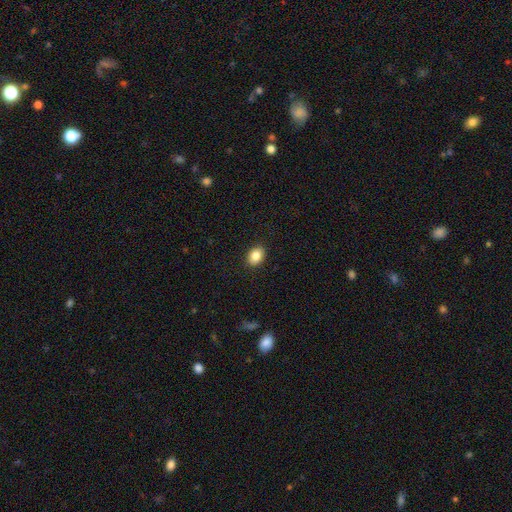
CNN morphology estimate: This appears to be a smooth galaxy with no disk features (85%) that is in between round and cigar-shaped (71%). Merging: none (90%).